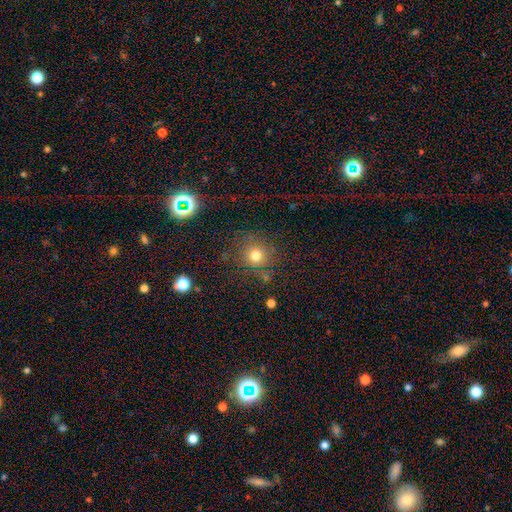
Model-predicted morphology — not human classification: A smooth galaxy with no disk features (74%) that is round (90%).

Vote fractions:
- Smooth or featured? smooth: 74% / star or artifact: 18% / featured or disk: 8%
- How rounded? round: 90% / in between: 9% / cigar-shaped: 1%
- Merging? none: 80% / minor disturbance: 11% / major disturbance: 5% / merger: 4%